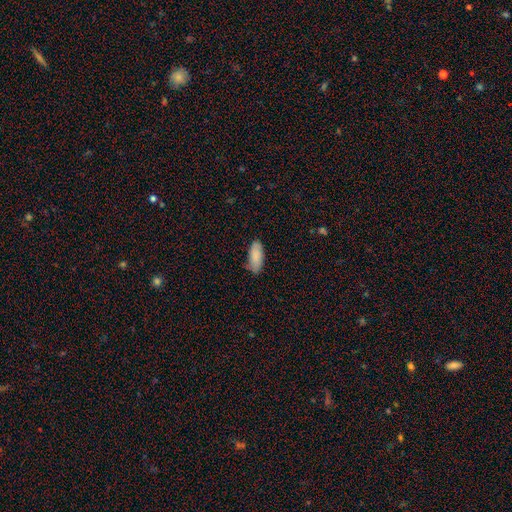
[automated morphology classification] Q: Smooth or featured?
A: smooth (85%); runner-up: featured or disk (9%)
Q: How rounded?
A: in between (83%); runner-up: cigar-shaped (16%)
Q: Merging?
A: none (76%); runner-up: minor disturbance (19%)